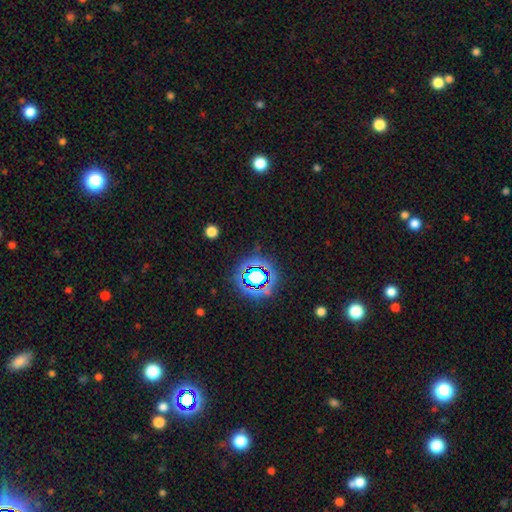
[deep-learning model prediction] Smooth or featured?
  - star or artifact: 79% *
  - smooth: 13%
  - featured or disk: 8%